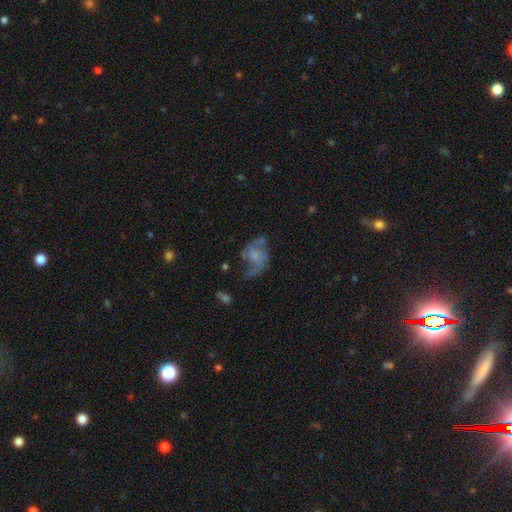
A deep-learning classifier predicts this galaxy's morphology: A featured or disk galaxy (57%) with no bar (74%), spiral arms (69%) and a small central bulge (37%).

Vote fractions:
- Smooth or featured? featured or disk: 57% / smooth: 33% / star or artifact: 10%
- Edge-on disk? no: 97% / yes: 3%
- Bar? no: 74% / weak: 22% / strong: 4%
- Spiral arms? yes: 69% / no: 31%
- Bulge size? small: 37% / none: 30% / moderate: 26% / large: 6% / dominant: 2%
- Merging? major disturbance: 38% / none: 32% / minor disturbance: 23% / merger: 8%